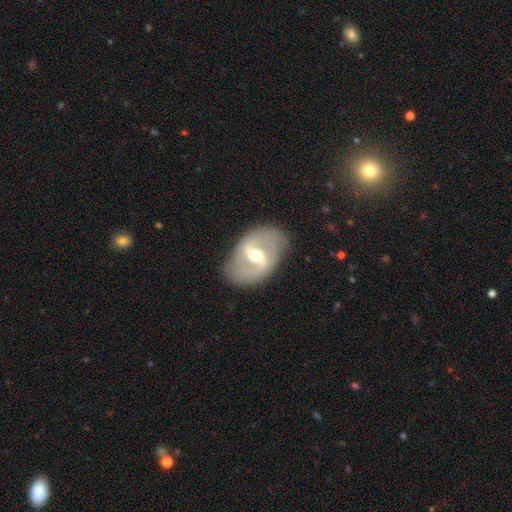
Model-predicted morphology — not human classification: Smooth or featured? Predicted: featured or disk (p=0.82). Edge-on disk? Predicted: no (p=0.96). Bar? Predicted: weak (p=0.48). Spiral arms? Predicted: yes (p=0.86). Spiral winding? Predicted: medium (p=0.47). Spiral arm count? Predicted: 2 (p=0.88). Bulge size? Predicted: moderate (p=0.70). Merging? Predicted: none (p=0.81).